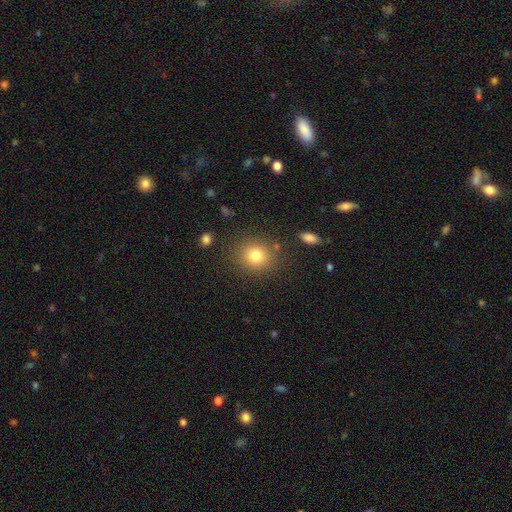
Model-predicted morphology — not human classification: A smooth galaxy with no disk features (80%) that is round (81%).

Vote fractions:
- Smooth or featured? smooth: 80% / star or artifact: 12% / featured or disk: 8%
- How rounded? round: 81% / in between: 18% / cigar-shaped: 1%
- Merging? none: 84% / minor disturbance: 9% / major disturbance: 4% / merger: 3%